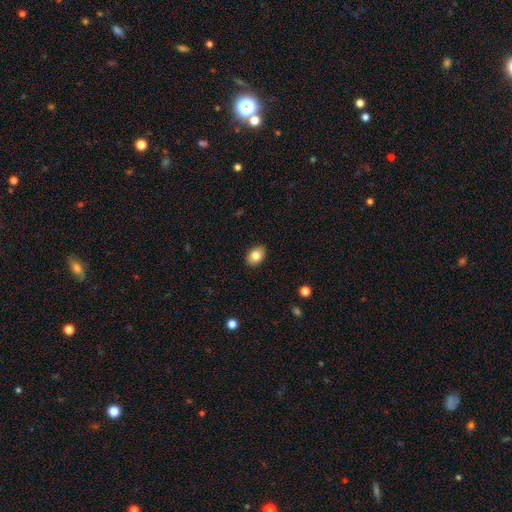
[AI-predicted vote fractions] smooth 82%, featured or disk 9%, star or artifact 8%. Down the decision tree: how rounded — in between (75%); merging — none (89%).